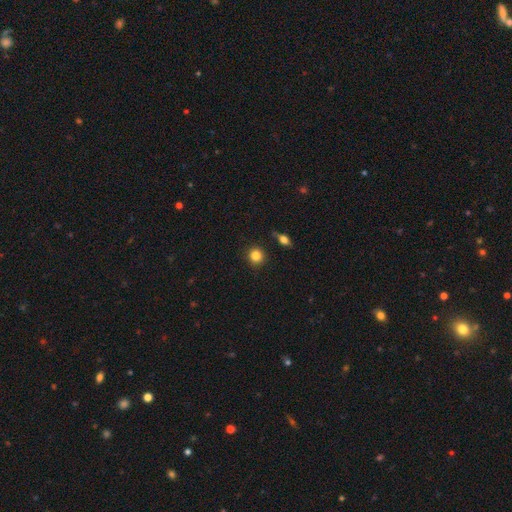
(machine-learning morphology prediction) A smooth galaxy with no disk features (84%) that is round (91%). Merging: none (89%).